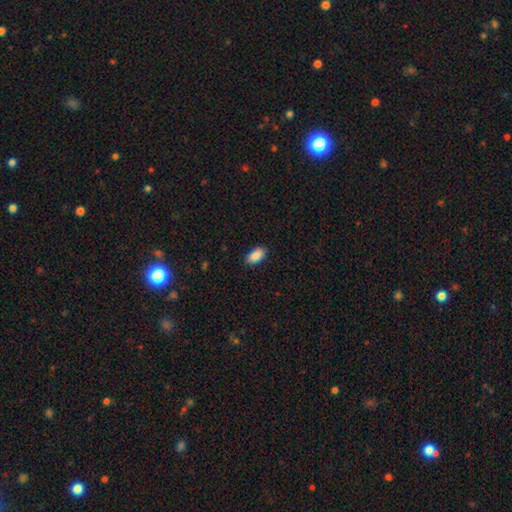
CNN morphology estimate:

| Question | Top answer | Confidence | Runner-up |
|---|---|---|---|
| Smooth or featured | smooth | 89% | star or artifact (7%) |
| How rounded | in between | 93% | cigar-shaped (4%) |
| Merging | none | 86% | minor disturbance (11%) |